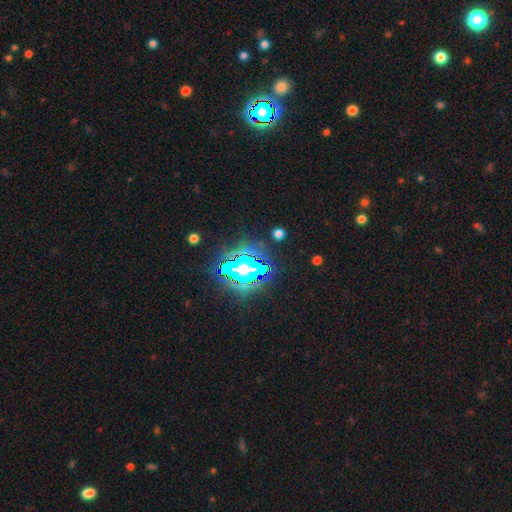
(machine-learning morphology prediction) A star or artifact, not a galaxy (84%).

Vote fractions:
- Smooth or featured? star or artifact: 84% / smooth: 10% / featured or disk: 6%